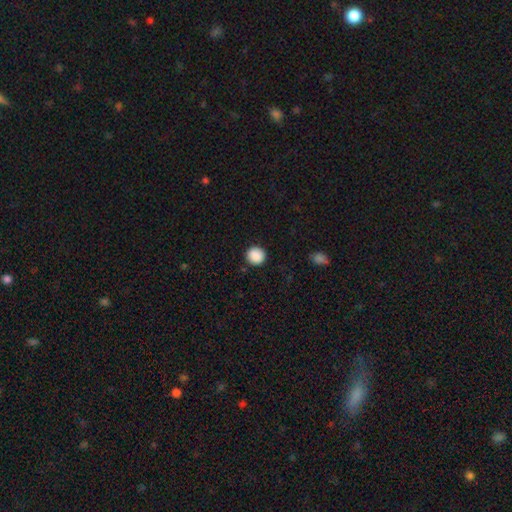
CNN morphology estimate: Smooth or featured? Predicted: smooth (p=0.89). How rounded? Predicted: round (p=0.93). Merging? Predicted: none (p=0.91).